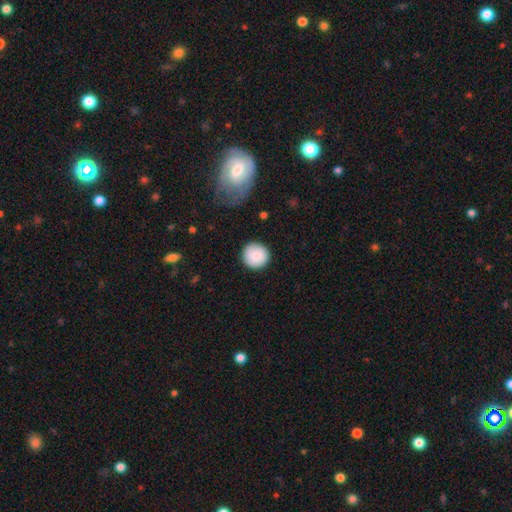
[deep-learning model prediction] A smooth galaxy with no disk features (88%) that is round (95%). Merging: none (90%).